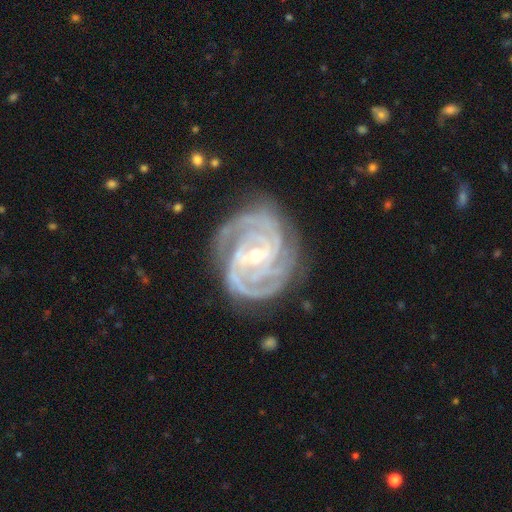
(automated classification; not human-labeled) Q: Smooth or featured?
A: featured or disk (93%); runner-up: star or artifact (4%)
Q: Edge-on disk?
A: no (98%); runner-up: yes (2%)
Q: Bar?
A: weak (44%); runner-up: strong (29%)
Q: Spiral arms?
A: yes (99%); runner-up: no (1%)
Q: Spiral winding?
A: tight (77%); runner-up: medium (21%)
Q: Spiral arm count?
A: 3 (37%); runner-up: 4 (21%)
Q: Bulge size?
A: small (55%); runner-up: moderate (42%)
Q: Merging?
A: none (78%); runner-up: minor disturbance (16%)